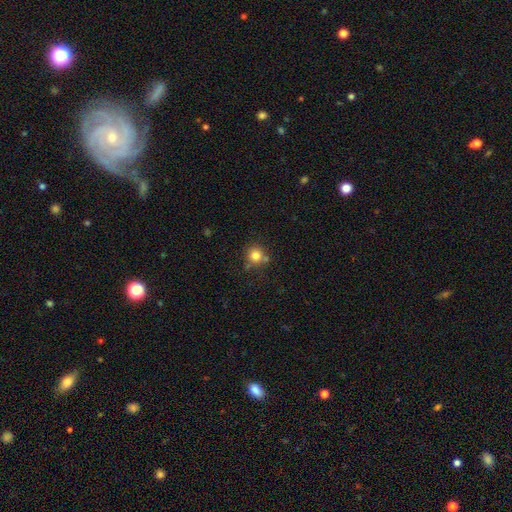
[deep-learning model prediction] Q: Smooth or featured?
A: smooth (81%); runner-up: star or artifact (12%)
Q: How rounded?
A: round (92%); runner-up: in between (7%)
Q: Merging?
A: none (73%); runner-up: minor disturbance (12%)